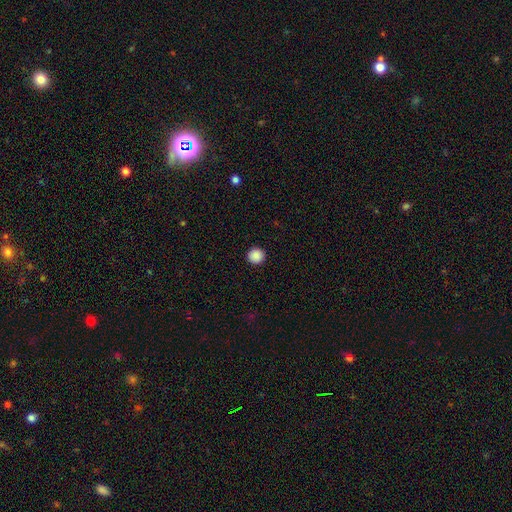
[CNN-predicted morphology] A smooth galaxy with no disk features (89%) that is round (95%).

Vote fractions:
- Smooth or featured? smooth: 89% / star or artifact: 9% / featured or disk: 2%
- How rounded? round: 95% / in between: 4% / cigar-shaped: 1%
- Merging? none: 94% / minor disturbance: 4% / major disturbance: 1% / merger: 1%